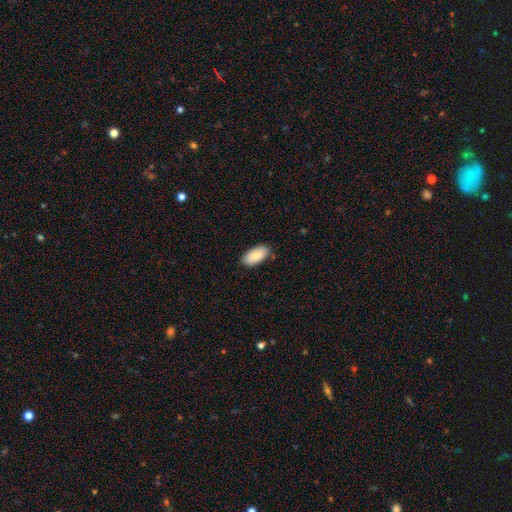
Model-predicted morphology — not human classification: smooth-or-featured: smooth: 84% | featured or disk: 9% | star or artifact: 6%
  how-rounded: in between: 94% | cigar-shaped: 4% | round: 2%
  merging: none: 82% | minor disturbance: 14% | major disturbance: 2% | merger: 2%